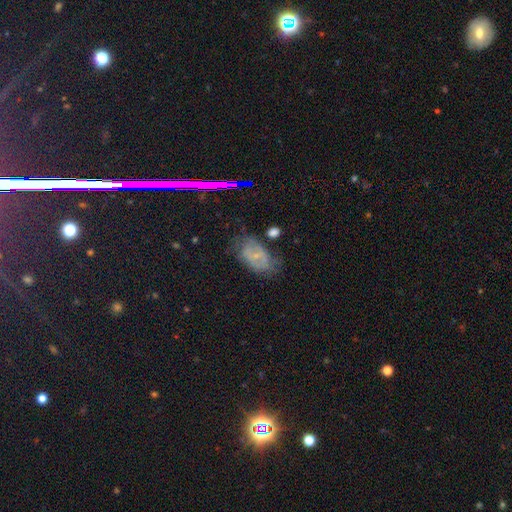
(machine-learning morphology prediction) A featured or disk galaxy (43%).

Vote fractions:
- Smooth or featured? featured or disk: 43% / smooth: 40% / star or artifact: 16%
- Merging? none: 55% / minor disturbance: 27% / major disturbance: 14% / merger: 4%